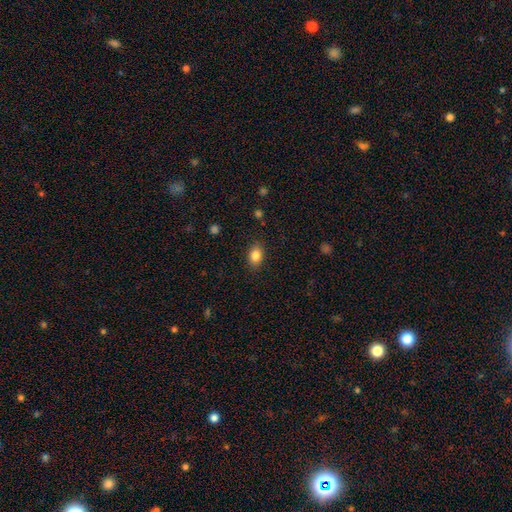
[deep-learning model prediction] Morphology: type=smooth (83%); roundness=in between (78%); merging=none (87%).